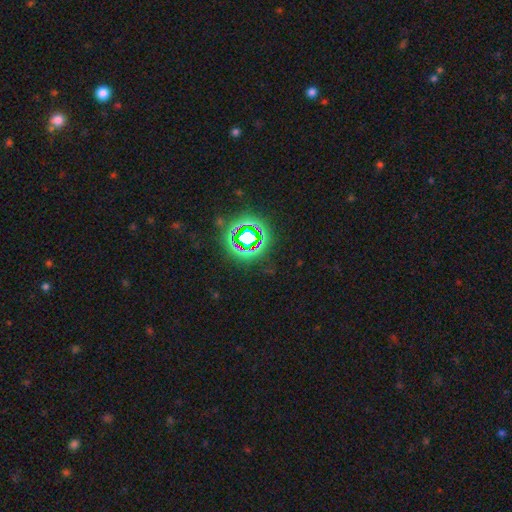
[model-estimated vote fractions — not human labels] Overall: star or artifact (81%).